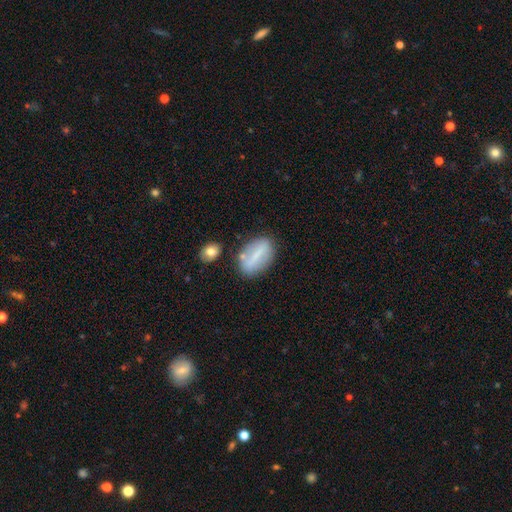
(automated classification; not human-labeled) Q: Smooth or featured?
A: smooth (58%); runner-up: featured or disk (34%)
Q: How rounded?
A: in between (82%); runner-up: cigar-shaped (10%)
Q: Merging?
A: none (71%); runner-up: minor disturbance (17%)